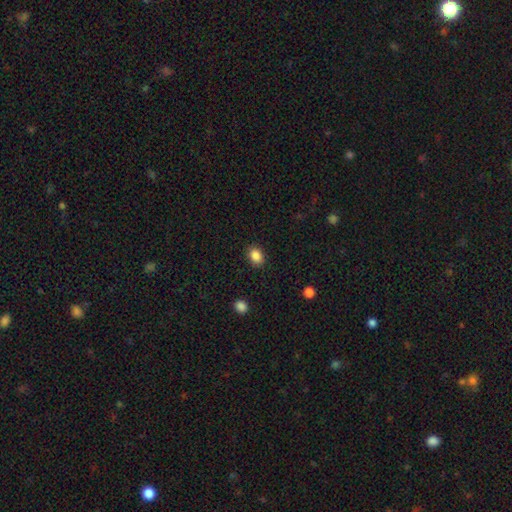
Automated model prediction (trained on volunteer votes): smooth 87%, star or artifact 9%, featured or disk 4%. Down the decision tree: how rounded — in between (67%); merging — none (88%).